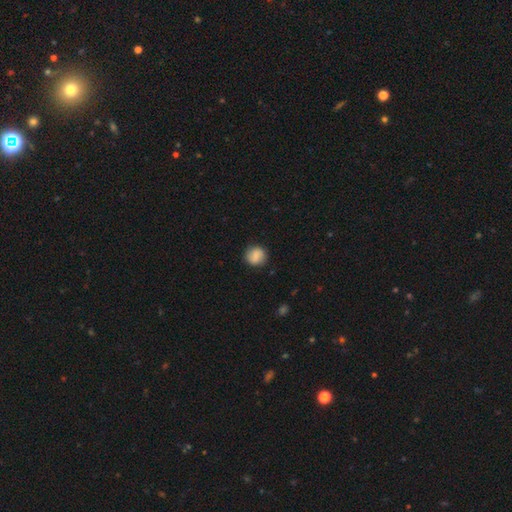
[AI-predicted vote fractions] Q: Smooth or featured?
A: smooth (81%); runner-up: featured or disk (12%)
Q: How rounded?
A: round (88%); runner-up: in between (11%)
Q: Merging?
A: none (86%); runner-up: minor disturbance (10%)